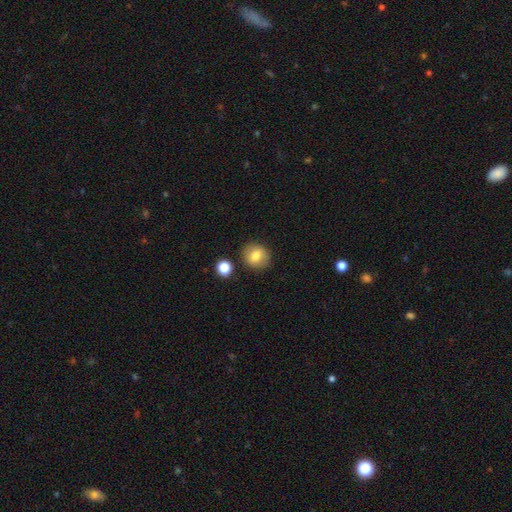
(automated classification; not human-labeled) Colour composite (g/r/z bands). It shows a smooth galaxy with no disk features (79%) that is round (79%). Merging: none (85%).